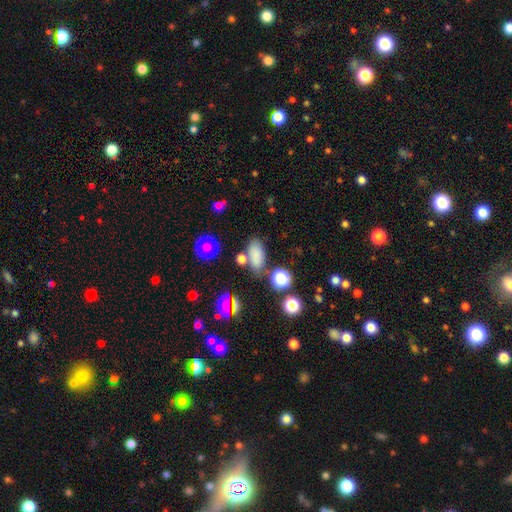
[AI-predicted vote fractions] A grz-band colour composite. It shows a smooth galaxy with no disk features (78%) that is in between round and cigar-shaped (83%). Merging: none (70%).